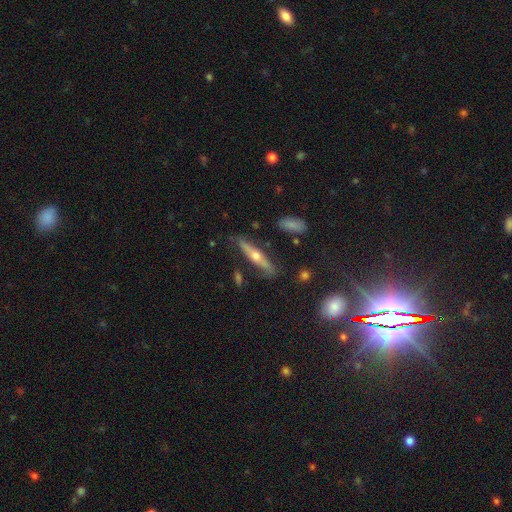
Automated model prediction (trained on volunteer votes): The model was most divided on "smooth or featured": featured or disk: 63%, smooth: 30%, star or artifact: 7%. More confident: edge-on bulge — rounded (92%); edge-on disk — yes (92%); merging — none (81%).